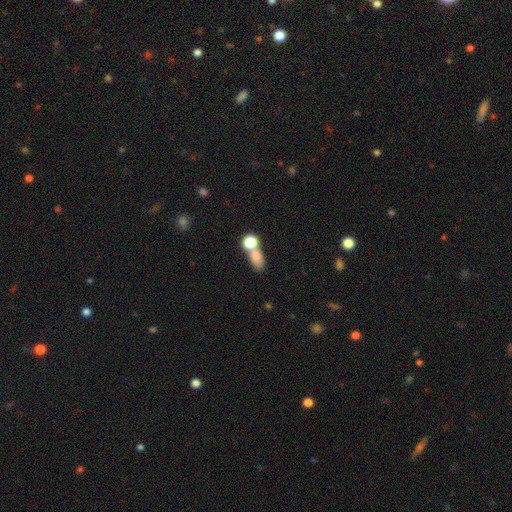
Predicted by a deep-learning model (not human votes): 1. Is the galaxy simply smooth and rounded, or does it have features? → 76% smooth, 13% star or artifact, 11% featured or disk.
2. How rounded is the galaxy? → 65% in between, 24% round, 12% cigar-shaped.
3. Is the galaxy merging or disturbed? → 42% merger, 38% none, 12% minor disturbance, 8% major disturbance.